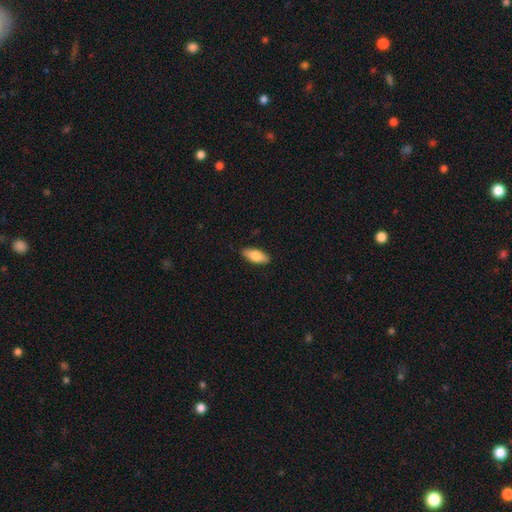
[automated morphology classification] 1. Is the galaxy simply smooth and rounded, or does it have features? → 79% smooth, 15% featured or disk, 6% star or artifact.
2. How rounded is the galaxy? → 81% in between, 17% cigar-shaped, 2% round.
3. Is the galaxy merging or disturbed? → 88% none, 9% minor disturbance, 2% major disturbance, 1% merger.